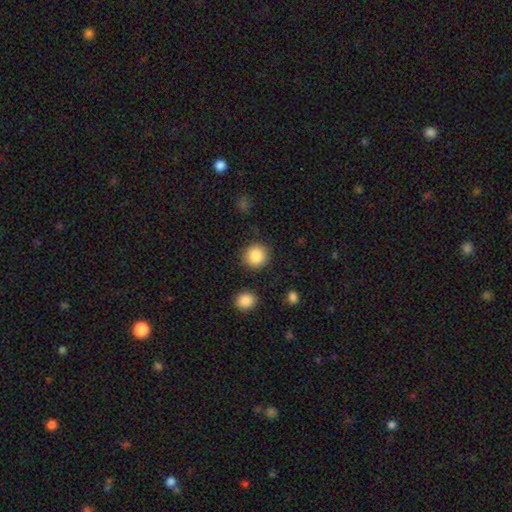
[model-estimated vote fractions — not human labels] Smooth or featured? smooth (87%)
How rounded? round (90%)
Merging? none (87%)